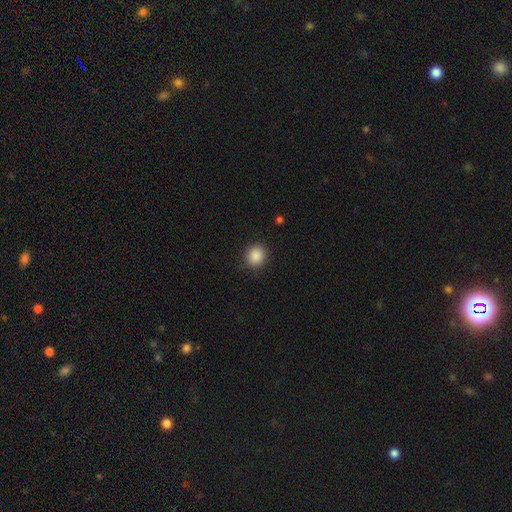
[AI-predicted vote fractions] Overall: smooth (87%). How rounded: round (82%). Merging: none (89%).